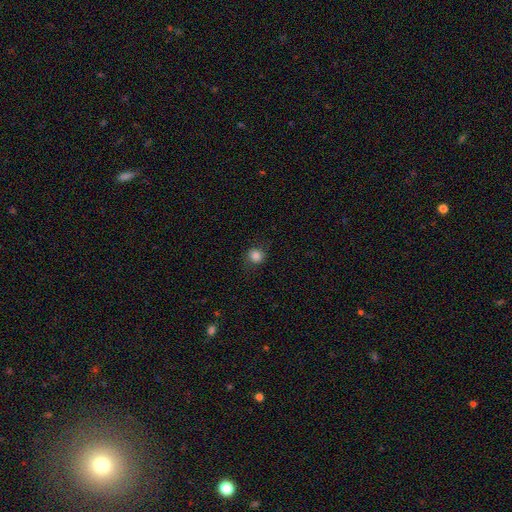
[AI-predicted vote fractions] Smooth or featured: smooth — 84% (star or artifact — 11%)
How rounded: round — 87% (in between — 12%)
Merging: none — 81% (minor disturbance — 13%)